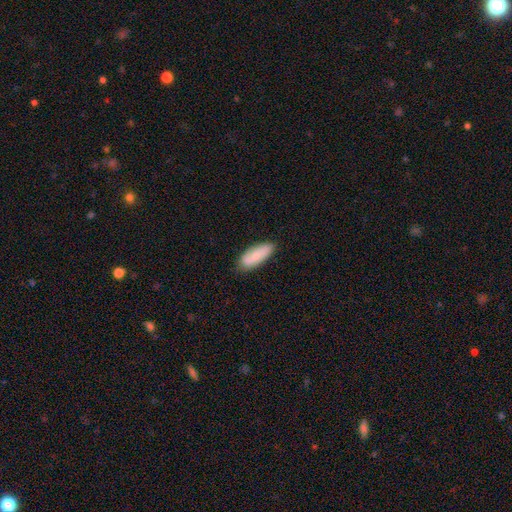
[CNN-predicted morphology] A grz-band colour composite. It shows a smooth galaxy with no disk features (83%) that is in between round and cigar-shaped (69%). Merging: none (82%).